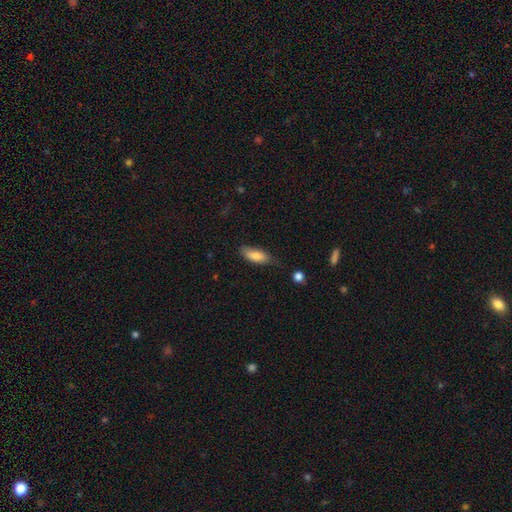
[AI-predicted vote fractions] The model was most divided on "merging": none: 60%, minor disturbance: 30%, major disturbance: 7%, merger: 3%. More confident: smooth or featured — smooth (80%); how rounded — in between (73%).